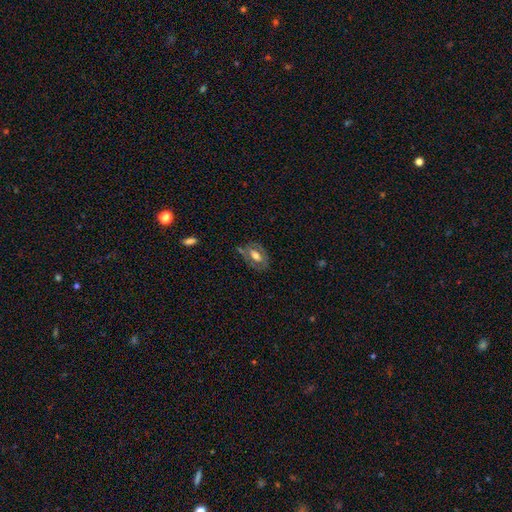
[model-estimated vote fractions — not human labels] Smooth or featured? featured or disk (49%)
Merging? none (64%)